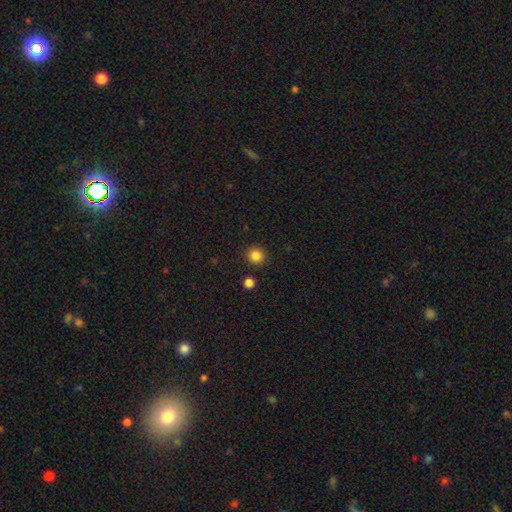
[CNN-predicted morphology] Smooth or featured? Predicted: smooth (p=0.85). How rounded? Predicted: round (p=0.93). Merging? Predicted: none (p=0.90).